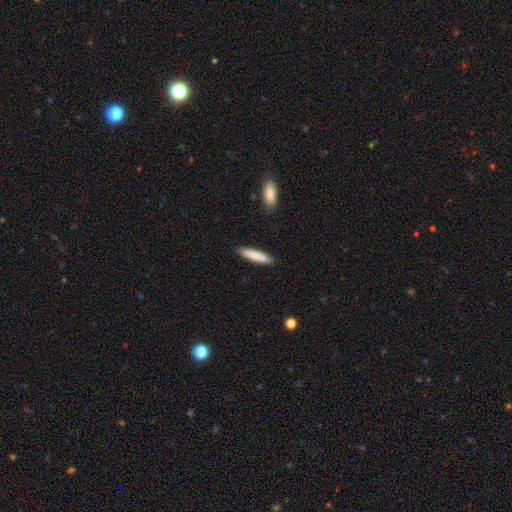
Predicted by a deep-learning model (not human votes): smooth-or-featured: smooth: 84% | featured or disk: 10% | star or artifact: 6%
  how-rounded: cigar-shaped: 83% | in between: 15% | round: 1%
  merging: none: 87% | minor disturbance: 9% | major disturbance: 2% | merger: 2%